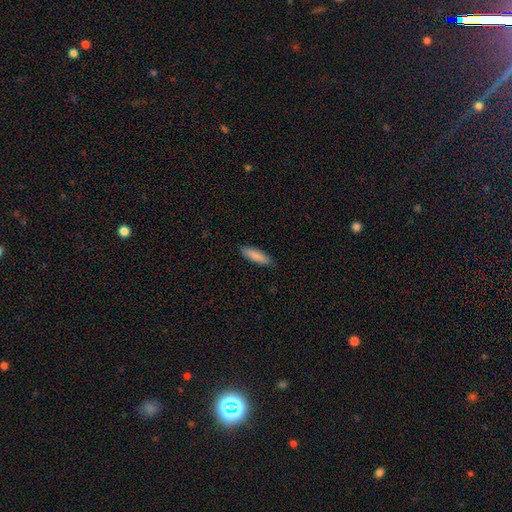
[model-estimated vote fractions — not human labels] smooth 87%, featured or disk 7%, star or artifact 6%. Down the decision tree: how rounded — cigar-shaped (61%); merging — none (88%).